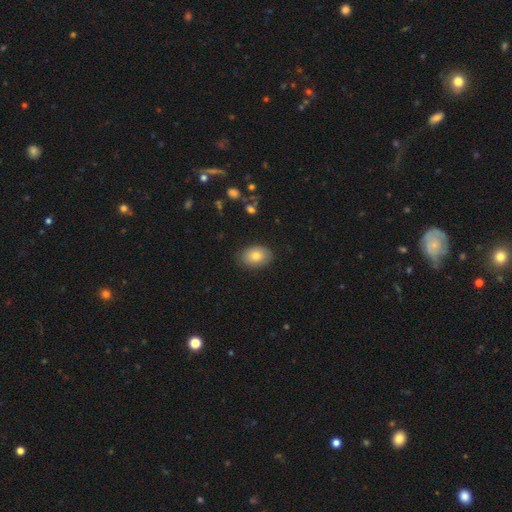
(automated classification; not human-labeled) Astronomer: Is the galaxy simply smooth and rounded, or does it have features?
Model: smooth — 77%.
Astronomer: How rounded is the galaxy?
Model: in between — 79%.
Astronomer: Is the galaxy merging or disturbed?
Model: none — 84%.